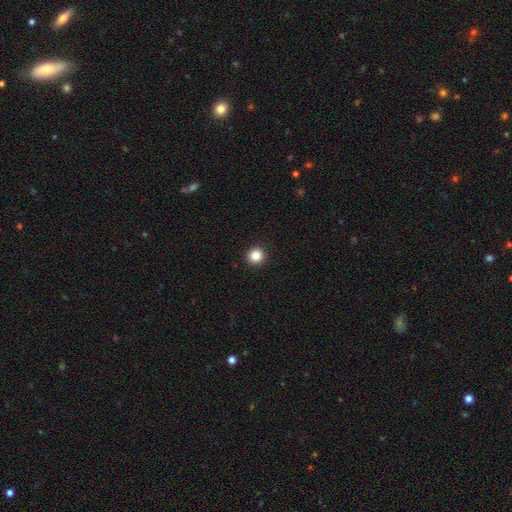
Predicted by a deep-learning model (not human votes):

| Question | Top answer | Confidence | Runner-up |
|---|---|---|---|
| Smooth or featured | smooth | 85% | star or artifact (11%) |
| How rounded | round | 94% | in between (5%) |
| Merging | none | 94% | minor disturbance (4%) |